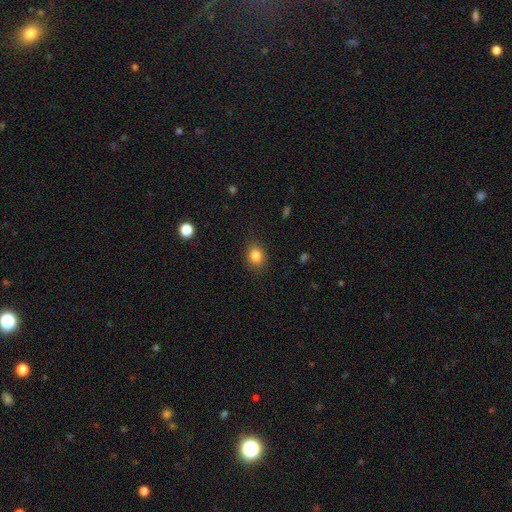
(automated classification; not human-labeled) smooth-or-featured: smooth: 83% | star or artifact: 11% | featured or disk: 6%
  how-rounded: round: 57% | in between: 42% | cigar-shaped: 1%
  merging: none: 85% | minor disturbance: 11% | major disturbance: 3% | merger: 1%